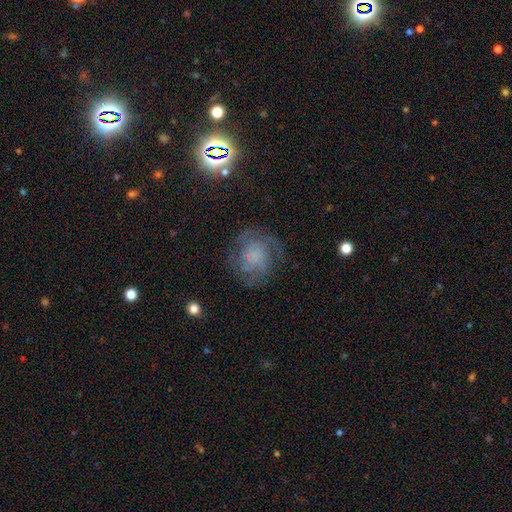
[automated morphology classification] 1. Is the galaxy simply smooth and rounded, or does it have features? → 67% featured or disk, 20% smooth, 13% star or artifact.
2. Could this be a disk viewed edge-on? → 98% no, 2% yes.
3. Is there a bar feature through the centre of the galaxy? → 79% no, 17% weak, 4% strong.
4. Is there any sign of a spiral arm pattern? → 88% yes, 12% no.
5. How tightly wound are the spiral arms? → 54% tight, 35% medium, 11% loose.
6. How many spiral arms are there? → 34% can't tell, 28% 2, 19% 3, 7% 4, 6% 1, 6% more than 4.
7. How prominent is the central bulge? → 48% none, 25% small, 13% moderate, 10% large, 3% dominant.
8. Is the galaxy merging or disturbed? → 71% none, 16% minor disturbance, 11% major disturbance, 1% merger.